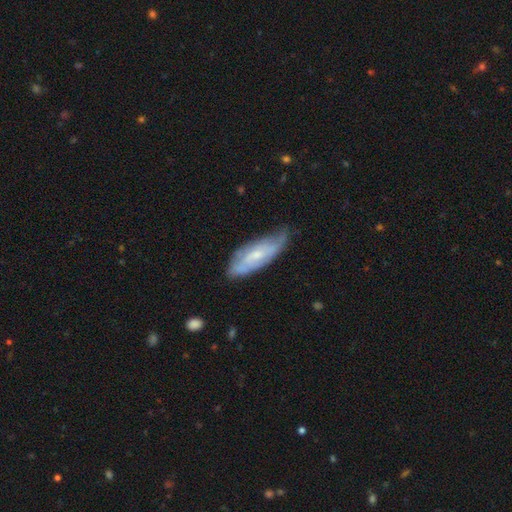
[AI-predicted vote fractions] A featured or disk galaxy (56%). Merging: none (58%).